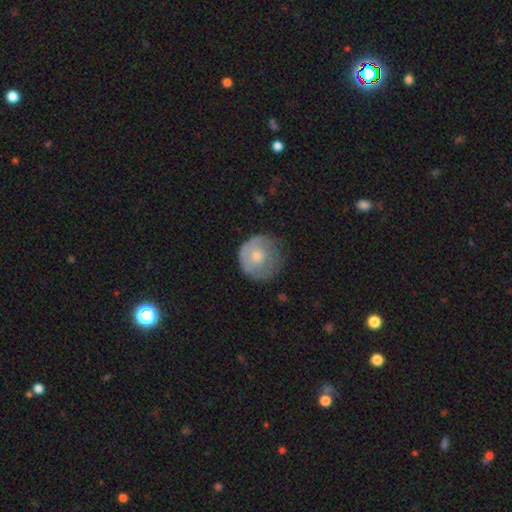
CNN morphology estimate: This appears to be a smooth galaxy with no disk features (62%) that is round (91%). Merging: none (62%).